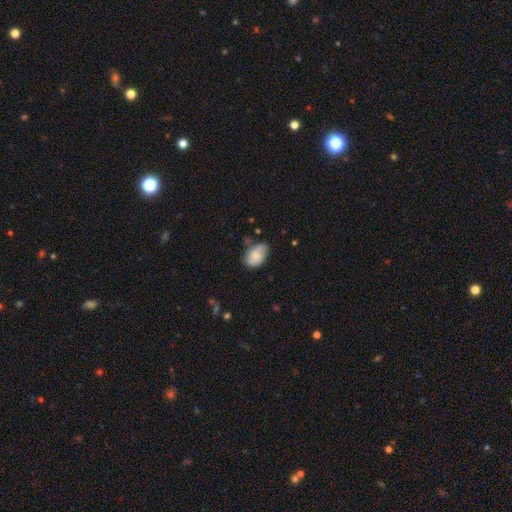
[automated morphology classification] This is likely a smooth galaxy (72%). How rounded: clearly in between (89%). Merging: likely none (61%).